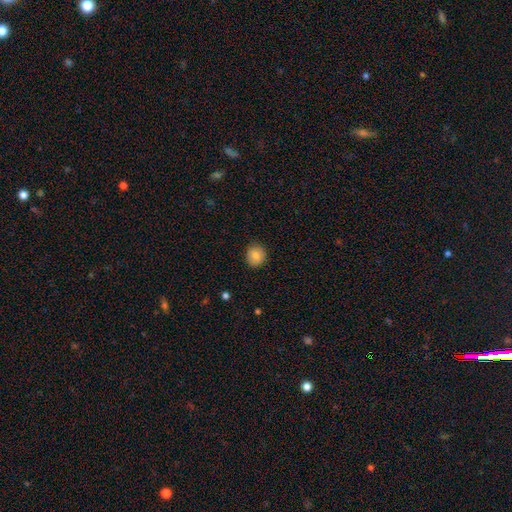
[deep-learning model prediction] smooth_or_featured: smooth (p=0.86) [alt: star or artifact p=0.09]
how_rounded: round (p=0.87) [alt: in between p=0.12]
merging: none (p=0.90) [alt: minor disturbance p=0.07]